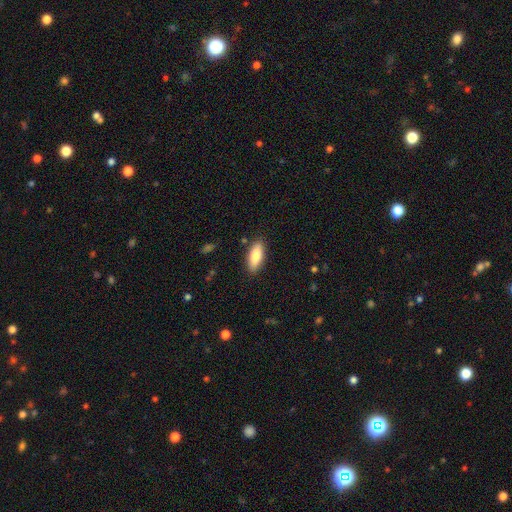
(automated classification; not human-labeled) Smooth or featured: smooth — 83% (featured or disk — 11%)
How rounded: in between — 77% (cigar-shaped — 21%)
Merging: none — 86% (minor disturbance — 10%)